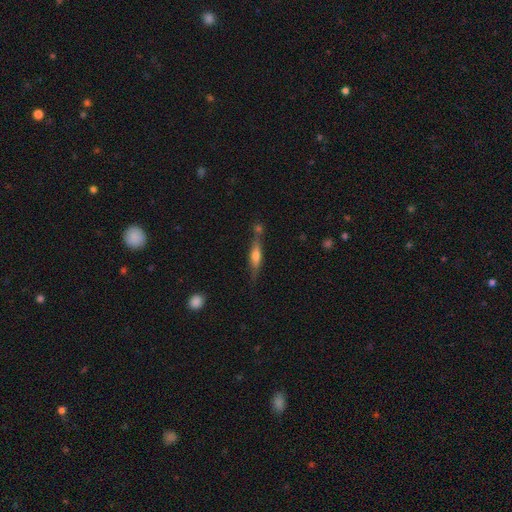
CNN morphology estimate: The model was most divided on "smooth or featured": featured or disk: 57%, smooth: 35%, star or artifact: 7%. More confident: edge-on disk — yes (93%); edge-on bulge — rounded (81%); merging — none (70%).